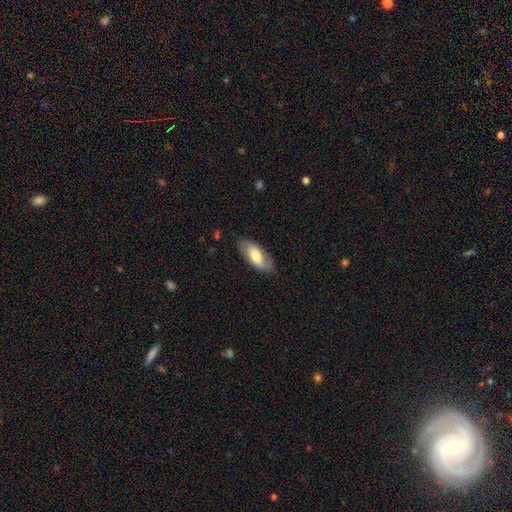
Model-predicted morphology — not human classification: Smooth or featured? Predicted: smooth (p=0.54). How rounded? Predicted: in between (p=0.87). Merging? Predicted: none (p=0.80).